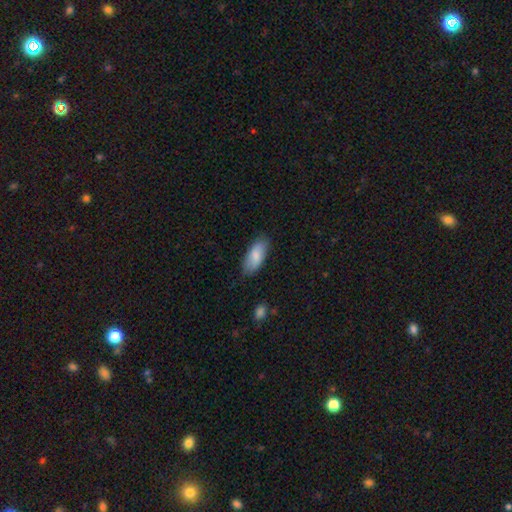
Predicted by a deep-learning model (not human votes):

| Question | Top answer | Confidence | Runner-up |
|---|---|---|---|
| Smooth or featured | smooth | 83% | featured or disk (12%) |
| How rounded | in between | 86% | cigar-shaped (12%) |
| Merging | none | 80% | minor disturbance (16%) |